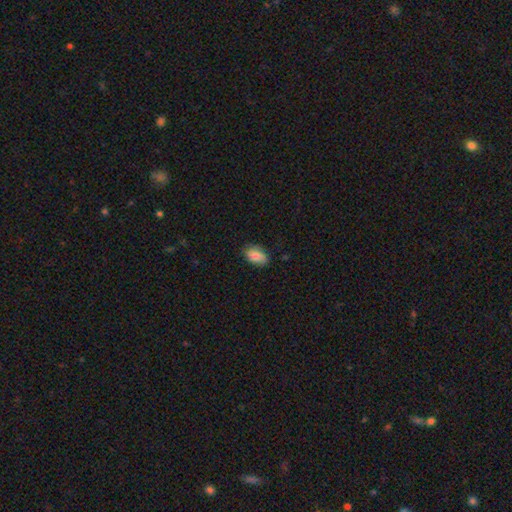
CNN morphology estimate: A smooth galaxy with no disk features (78%) that is in between round and cigar-shaped (89%).

Vote fractions:
- Smooth or featured? smooth: 78% / featured or disk: 15% / star or artifact: 7%
- How rounded? in between: 89% / round: 9% / cigar-shaped: 2%
- Merging? none: 72% / minor disturbance: 23% / major disturbance: 4% / merger: 1%